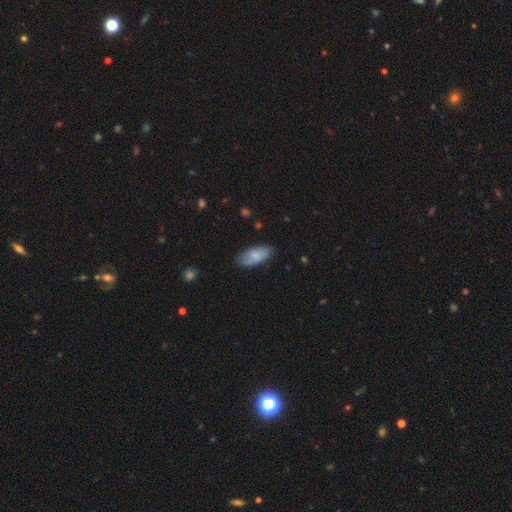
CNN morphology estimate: The model was most divided on "smooth or featured": smooth: 71%, featured or disk: 23%, star or artifact: 6%. More confident: how rounded — in between (89%); merging — none (73%).